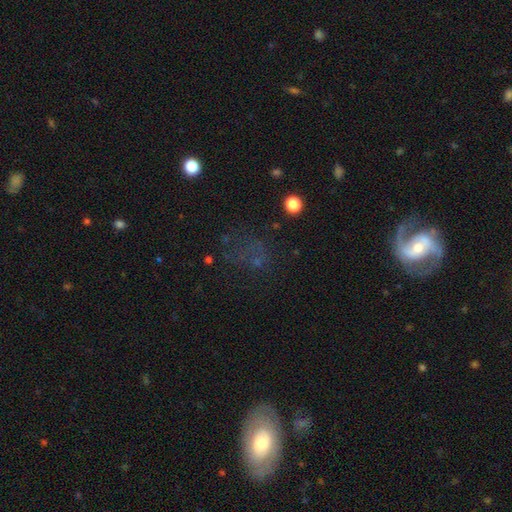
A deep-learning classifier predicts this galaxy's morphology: type=star or artifact (41%).